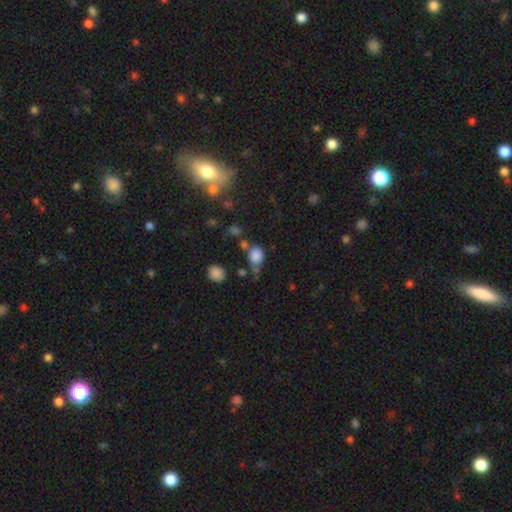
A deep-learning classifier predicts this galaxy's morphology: This appears to be a smooth galaxy with no disk features (81%) that is round (61%). Merging: none (46%).